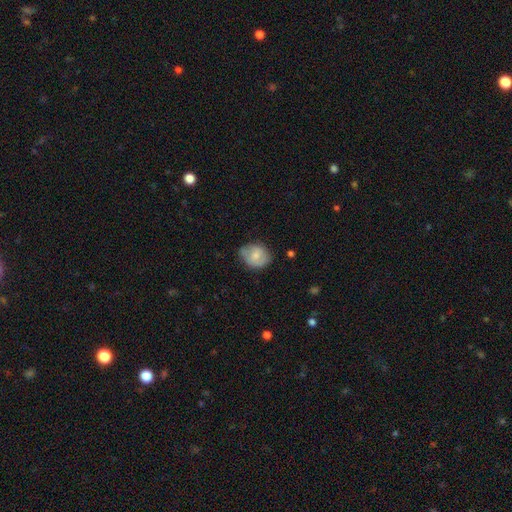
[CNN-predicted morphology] This is likely a smooth galaxy (70%). How rounded: possibly round (55%). Merging: likely none (63%).